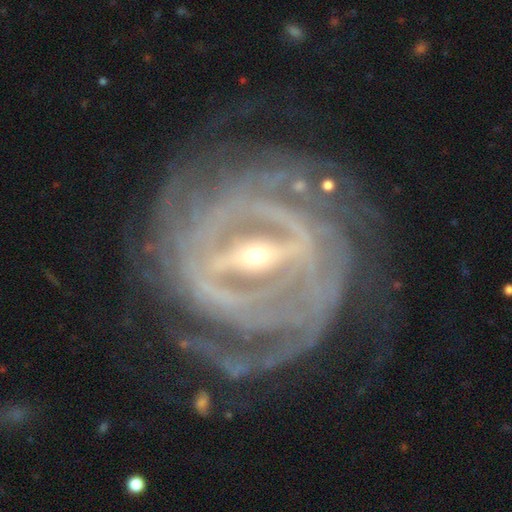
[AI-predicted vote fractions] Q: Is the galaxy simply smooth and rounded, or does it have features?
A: featured or disk — 93%.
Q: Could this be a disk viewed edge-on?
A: no — 94%.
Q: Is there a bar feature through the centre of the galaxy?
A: strong — 81%.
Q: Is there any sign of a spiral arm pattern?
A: yes — 96%.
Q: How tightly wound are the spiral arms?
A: tight — 81%.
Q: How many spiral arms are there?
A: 4 — 24%.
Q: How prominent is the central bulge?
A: small — 48%.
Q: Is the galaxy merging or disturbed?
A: none — 77%.